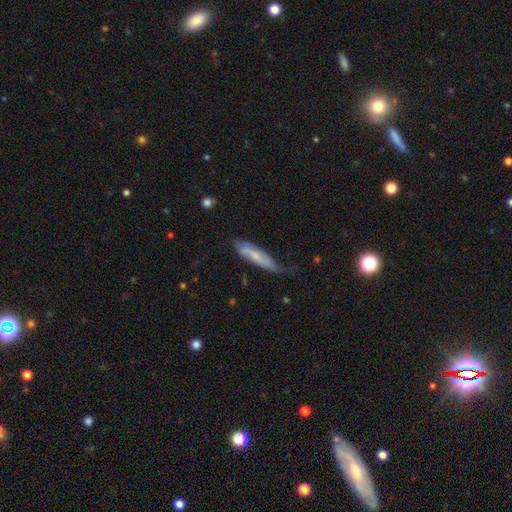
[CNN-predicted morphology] type=smooth (54%); roundness=cigar-shaped (78%); merging=none (46%).